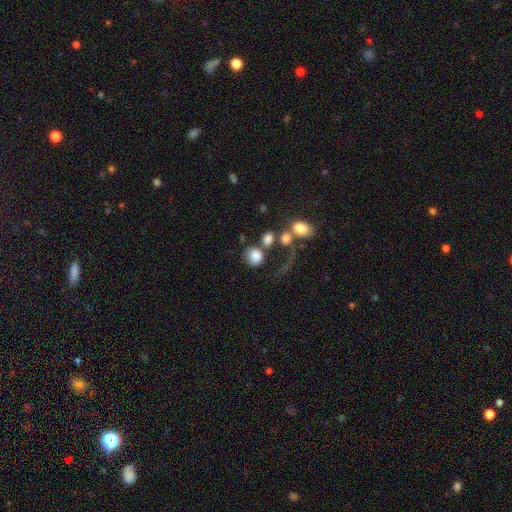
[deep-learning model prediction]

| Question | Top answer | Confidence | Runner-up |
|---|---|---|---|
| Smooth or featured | smooth | 79% | featured or disk (12%) |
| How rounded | round | 76% | in between (23%) |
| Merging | none | 35% | merger (31%) |